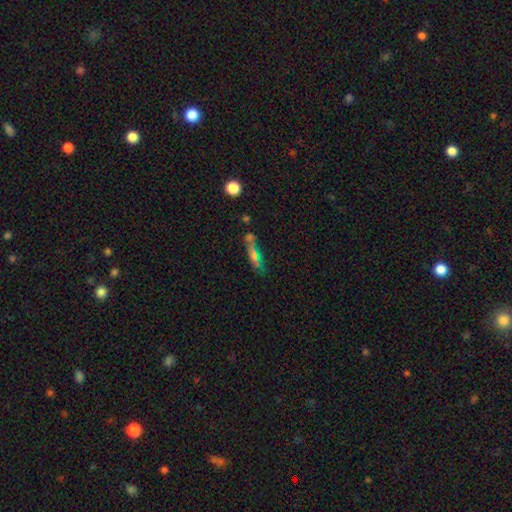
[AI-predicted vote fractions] smooth 49%, featured or disk 33%, star or artifact 18%. Down the decision tree: merging — none (50%).